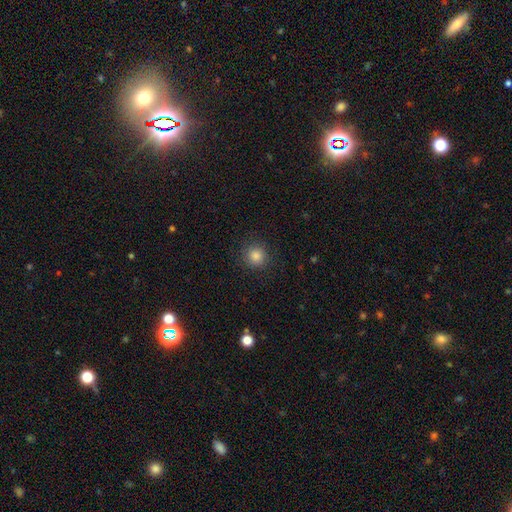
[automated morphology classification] A smooth galaxy with no disk features (83%) that is round (92%). Merging: none (88%).